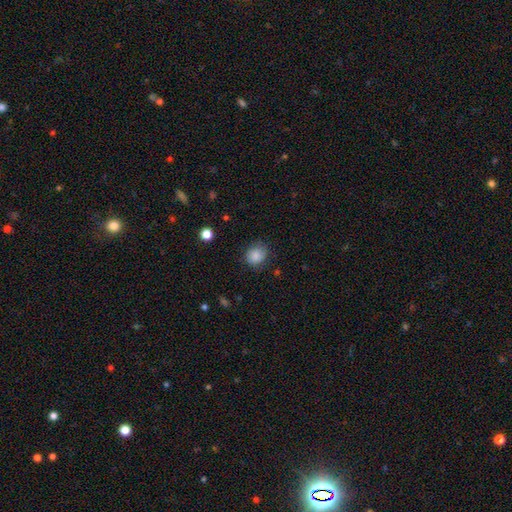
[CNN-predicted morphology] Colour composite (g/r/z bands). It shows a smooth galaxy with no disk features (86%) that is round (73%). Merging: none (78%).